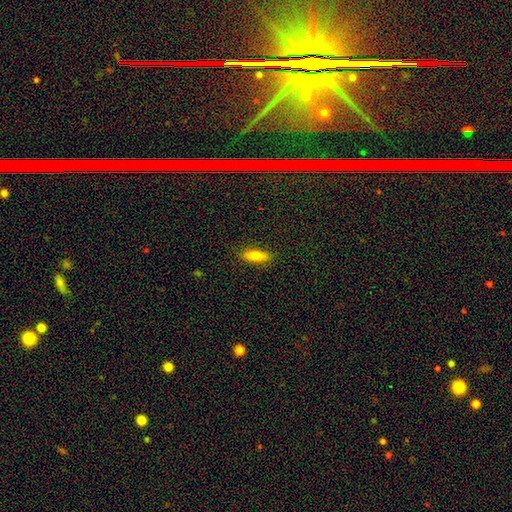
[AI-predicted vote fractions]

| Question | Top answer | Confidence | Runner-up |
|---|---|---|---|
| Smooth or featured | smooth | 79% | featured or disk (13%) |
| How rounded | in between | 60% | cigar-shaped (38%) |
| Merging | none | 87% | minor disturbance (9%) |